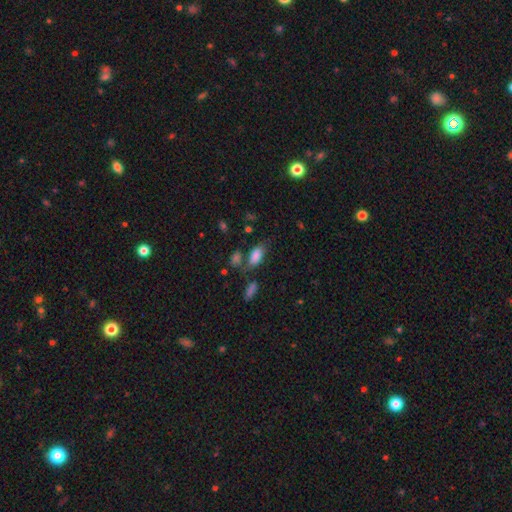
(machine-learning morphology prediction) Smooth or featured: smooth — 82% (star or artifact — 9%)
How rounded: in between — 88% (cigar-shaped — 8%)
Merging: none — 57% (merger — 19%)